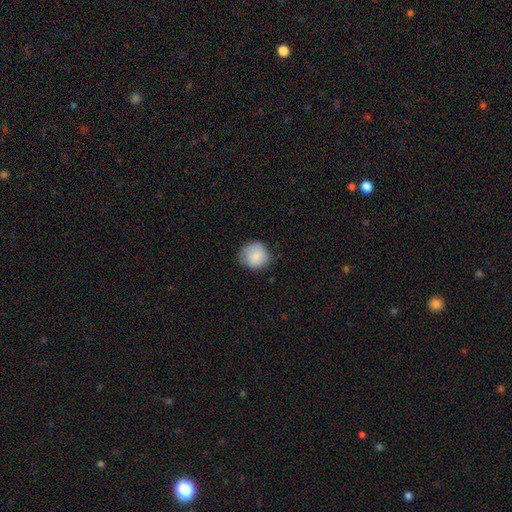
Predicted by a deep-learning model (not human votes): smooth 86%, featured or disk 7%, star or artifact 7%. Down the decision tree: how rounded — round (86%); merging — none (70%).